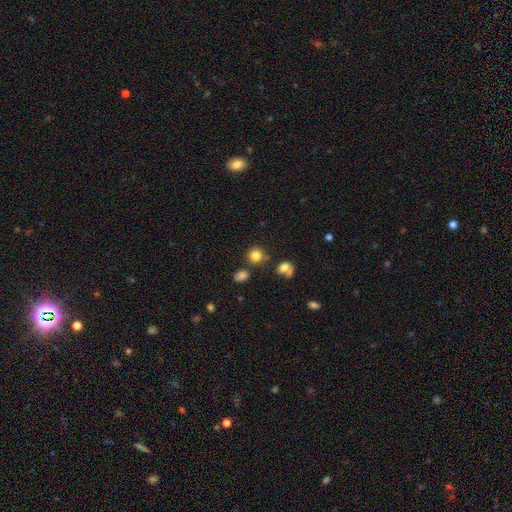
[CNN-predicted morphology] This is clearly a smooth galaxy (82%). How rounded: clearly round (87%). Merging: likely none (73%).